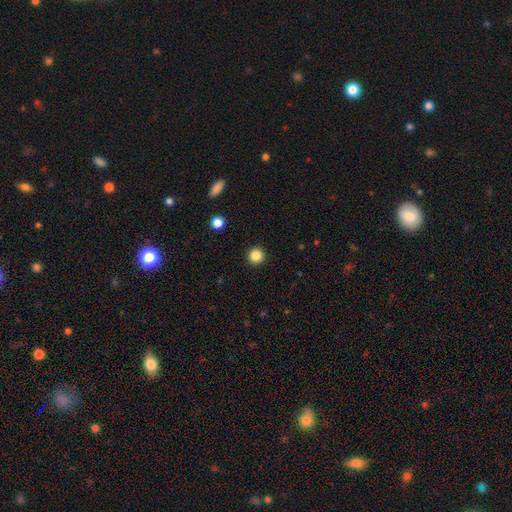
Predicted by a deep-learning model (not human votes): Smooth or featured?
  - smooth: 85% *
  - star or artifact: 11%
  - featured or disk: 4%
How rounded?
  - round: 96% *
  - in between: 3%
  - cigar-shaped: 1%
Merging?
  - none: 93% *
  - minor disturbance: 4%
  - major disturbance: 2%
  - merger: 1%